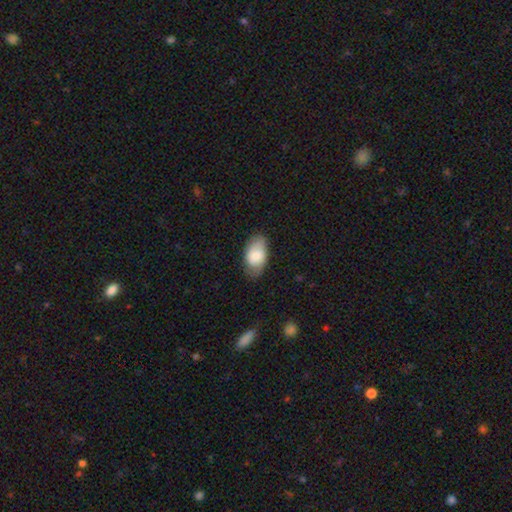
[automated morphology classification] type=smooth (79%); roundness=in between (93%); merging=none (71%).